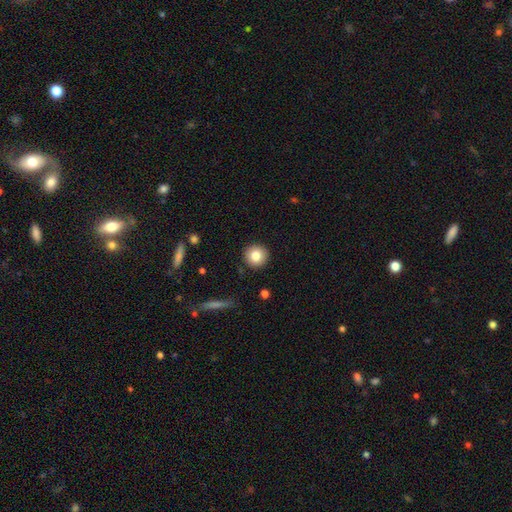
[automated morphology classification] Smooth or featured? Predicted: smooth (p=0.82). How rounded? Predicted: round (p=0.95). Merging? Predicted: none (p=0.92).